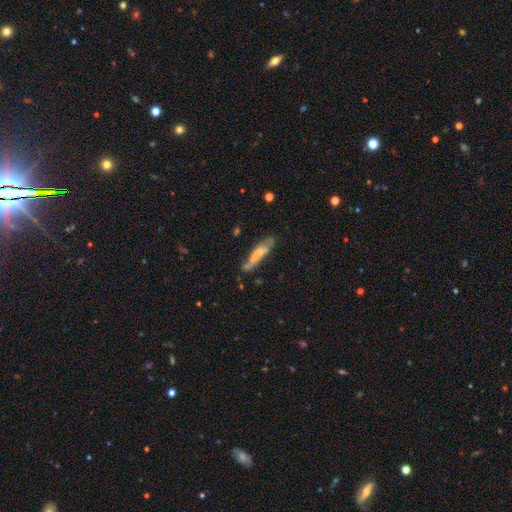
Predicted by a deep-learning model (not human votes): Smooth or featured? smooth (48%)
Merging? none (61%)